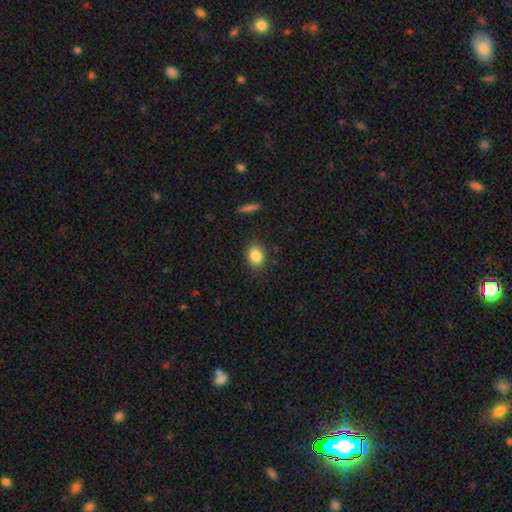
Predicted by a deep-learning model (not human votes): smooth-or-featured: smooth: 85% | star or artifact: 9% | featured or disk: 6%
  how-rounded: in between: 56% | round: 43% | cigar-shaped: 1%
  merging: none: 85% | minor disturbance: 11% | major disturbance: 3% | merger: 1%